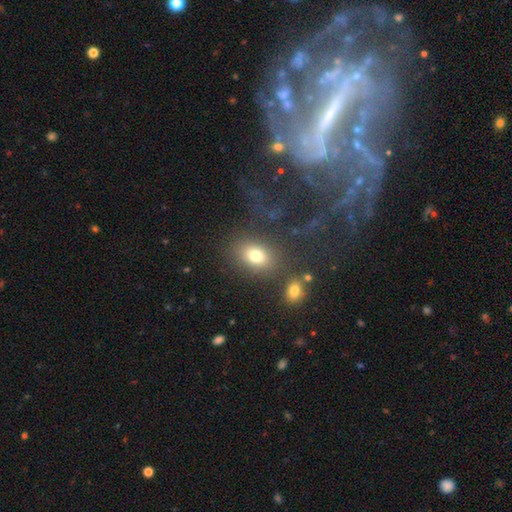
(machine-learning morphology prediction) Overall: smooth (76%). How rounded: in between (70%). Merging: none (70%).